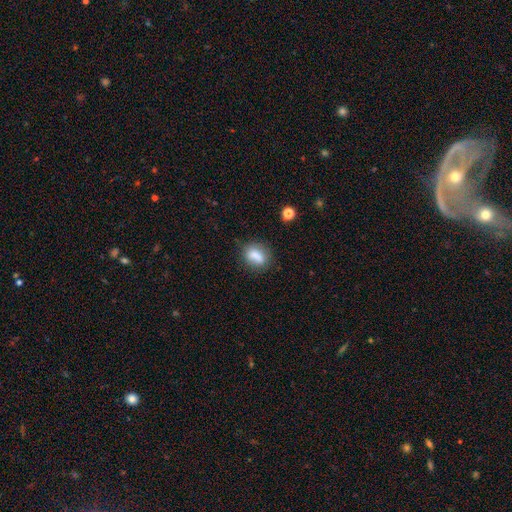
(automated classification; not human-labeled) The model was most divided on "how rounded": in between: 65%, round: 31%, cigar-shaped: 4%. More confident: smooth or featured — smooth (81%); merging — none (67%).